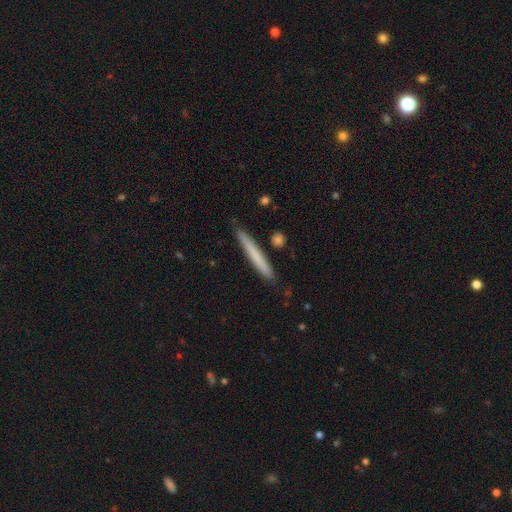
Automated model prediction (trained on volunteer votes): smooth_or_featured: smooth (p=0.68) [alt: featured or disk p=0.26]
how_rounded: cigar-shaped (p=0.97) [alt: in between p=0.02]
merging: none (p=0.88) [alt: minor disturbance p=0.08]